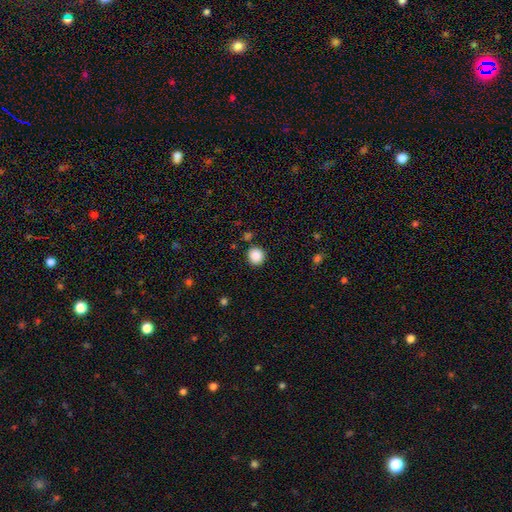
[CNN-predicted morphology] smooth_or_featured: smooth (p=0.88) [alt: star or artifact p=0.10]
how_rounded: round (p=0.92) [alt: in between p=0.07]
merging: none (p=0.89) [alt: minor disturbance p=0.06]